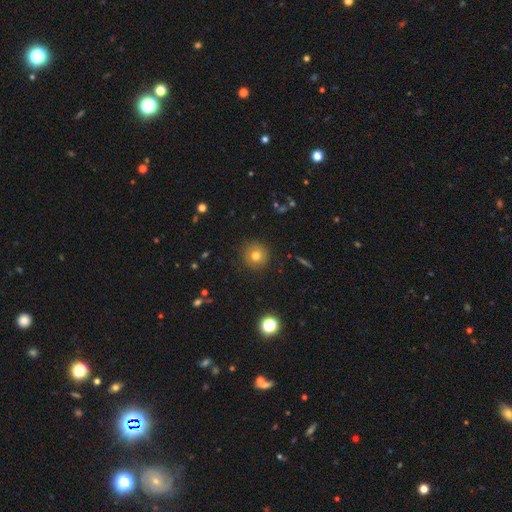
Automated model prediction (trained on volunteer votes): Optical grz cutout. It shows a smooth galaxy with no disk features (75%) that is round (95%). Merging: none (90%).